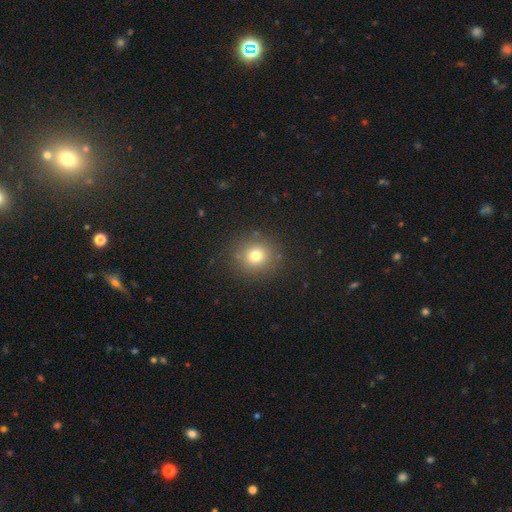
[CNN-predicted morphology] Q: Smooth or featured?
A: smooth (75%); runner-up: star or artifact (16%)
Q: How rounded?
A: round (87%); runner-up: in between (12%)
Q: Merging?
A: none (87%); runner-up: minor disturbance (8%)